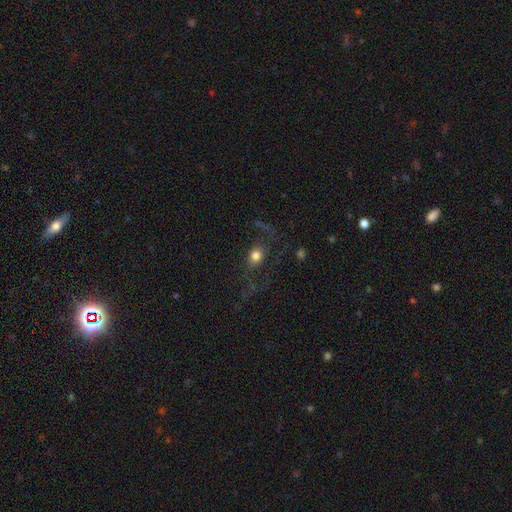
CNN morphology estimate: A smooth galaxy with no disk features (62%) that is in between round and cigar-shaped (49%).

Vote fractions:
- Smooth or featured? smooth: 62% / featured or disk: 24% / star or artifact: 14%
- How rounded? in between: 49% / round: 47% / cigar-shaped: 4%
- Merging? none: 54% / major disturbance: 26% / minor disturbance: 16% / merger: 3%